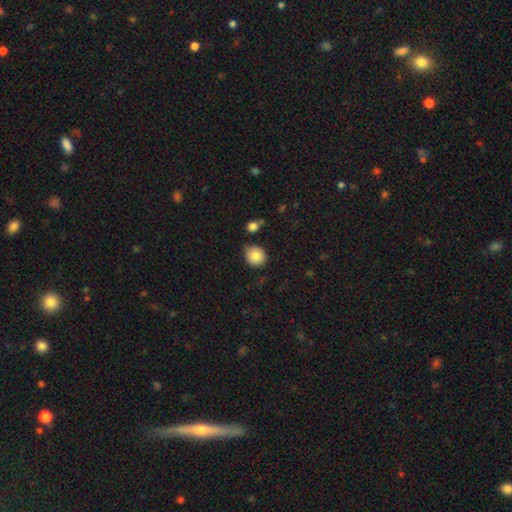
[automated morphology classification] smooth 83%, star or artifact 9%, featured or disk 8%. Down the decision tree: how rounded — round (84%); merging — none (73%).